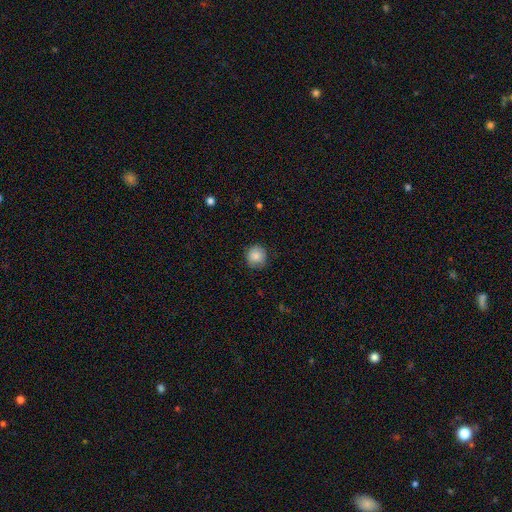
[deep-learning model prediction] Morphology: type=smooth (86%); roundness=round (92%); merging=none (86%).